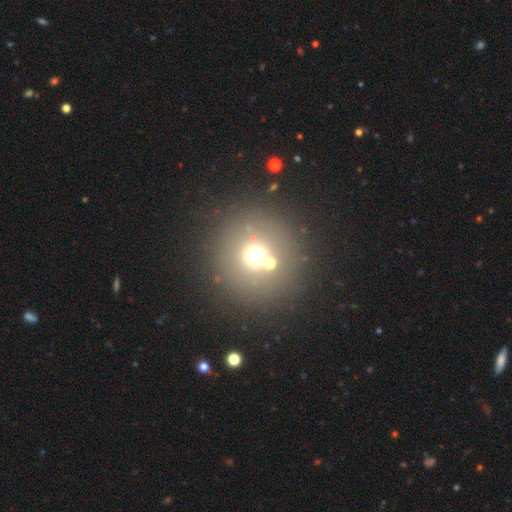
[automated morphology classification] This appears to be a smooth galaxy with no disk features (58%) that is round (93%). Merging: none (77%).